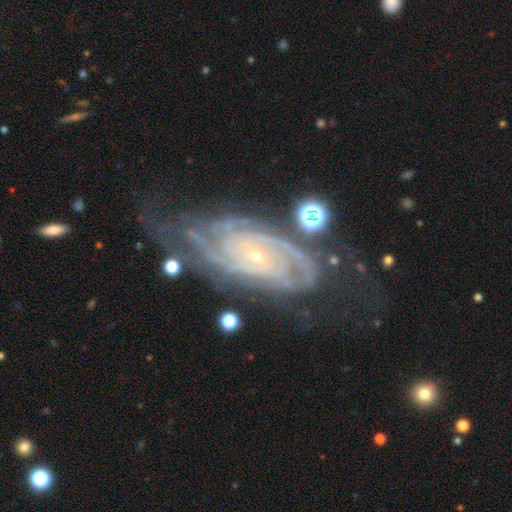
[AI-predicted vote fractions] The model was most divided on "spiral arm count": 2: 24%, can't tell: 20%, 3: 20%, 4: 19%, more than 4: 11%, 1: 6%. More confident: spiral arms — yes (98%); edge-on disk — no (95%); smooth or featured — featured or disk (91%); bulge size — small (84%); spiral winding — tight (78%); bar — no (71%); merging — none (61%).